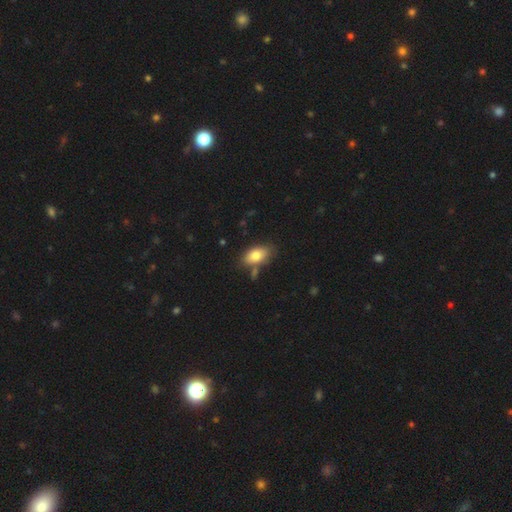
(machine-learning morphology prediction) type=smooth (80%); roundness=in between (91%); merging=none (70%).